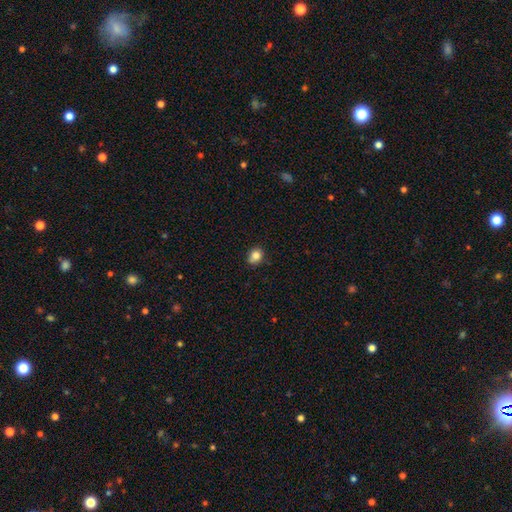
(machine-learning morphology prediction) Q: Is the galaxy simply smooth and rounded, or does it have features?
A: smooth — 82%.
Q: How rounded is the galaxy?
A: round — 63%.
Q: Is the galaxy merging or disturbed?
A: none — 72%.